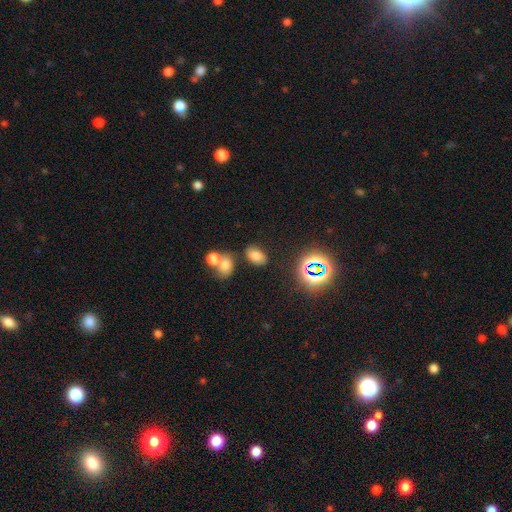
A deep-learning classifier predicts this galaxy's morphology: The model was most divided on "smooth or featured": smooth: 71%, star or artifact: 20%, featured or disk: 10%. More confident: how rounded — in between (87%); merging — none (72%).